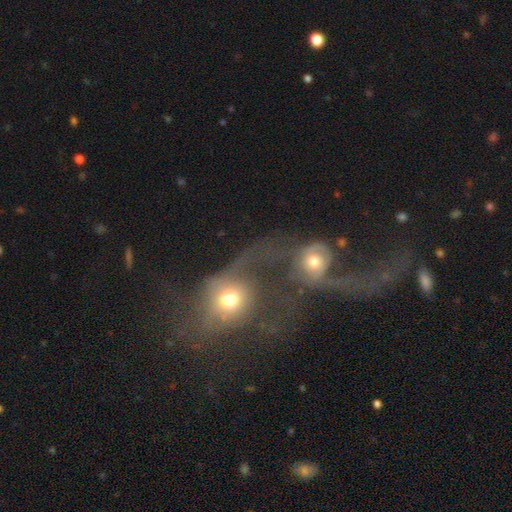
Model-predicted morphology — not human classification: Overall: featured or disk (60%; smooth 27%). Edge-on disk: no (96%). Bar: no (69%). Spiral arms: yes (68%; no 32%). Bulge size: moderate (55%; small 25%). Merging: merger (81%).